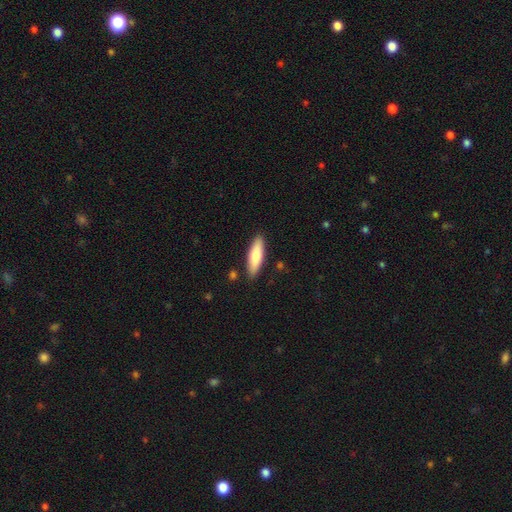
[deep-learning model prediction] Smooth or featured? smooth (76%)
How rounded? cigar-shaped (58%)
Merging? none (87%)